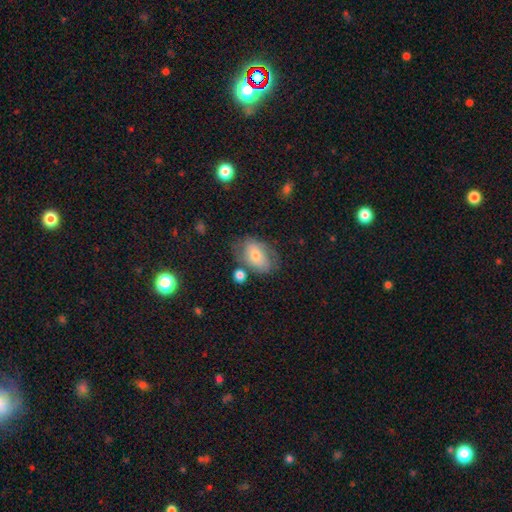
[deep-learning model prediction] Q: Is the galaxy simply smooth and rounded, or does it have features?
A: smooth — 60%.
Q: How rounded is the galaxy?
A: in between — 84%.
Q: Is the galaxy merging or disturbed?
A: none — 58%.